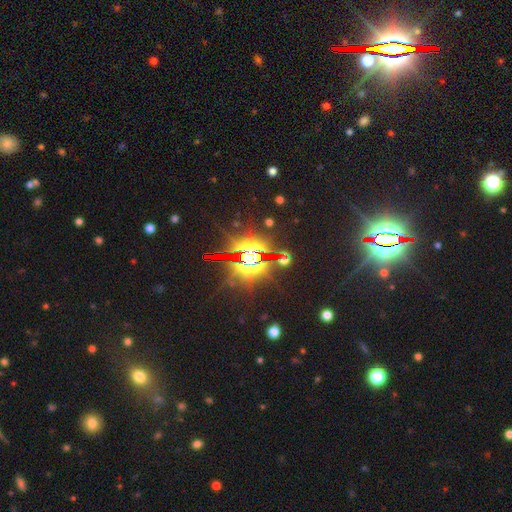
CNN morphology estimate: This appears to be a star or artifact, not a galaxy (83%).